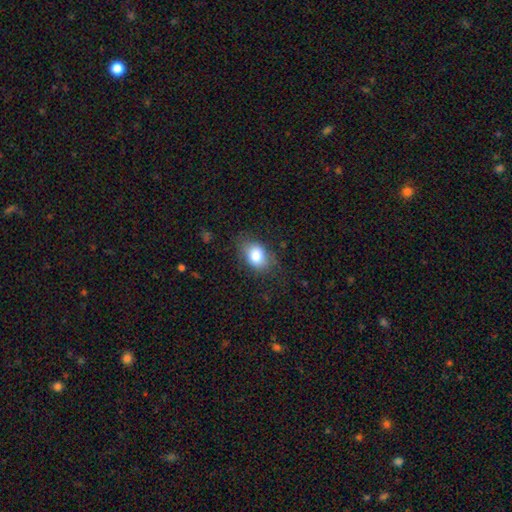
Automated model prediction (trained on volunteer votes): A smooth galaxy with no disk features (81%) that is in between round and cigar-shaped (73%). Merging: none (70%).